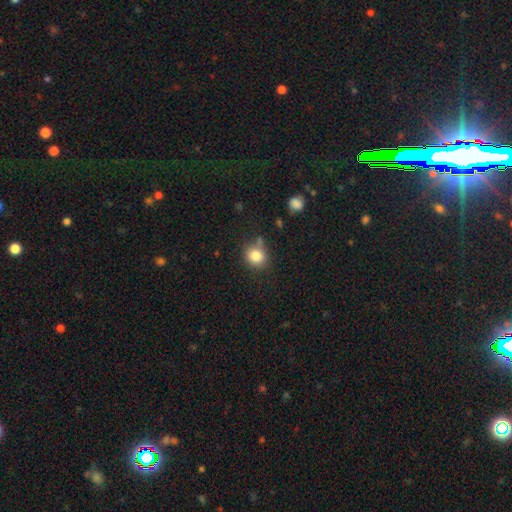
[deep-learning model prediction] This appears to be a smooth galaxy with no disk features (83%) that is round (83%). Merging: none (73%).